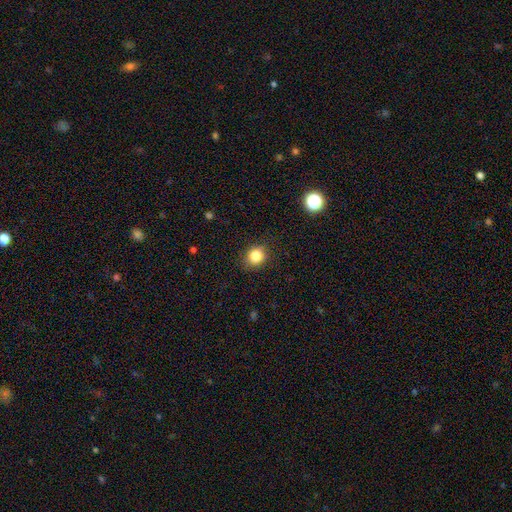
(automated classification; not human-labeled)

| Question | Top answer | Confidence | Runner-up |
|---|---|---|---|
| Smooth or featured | smooth | 84% | star or artifact (10%) |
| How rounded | round | 73% | in between (26%) |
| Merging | none | 85% | minor disturbance (11%) |